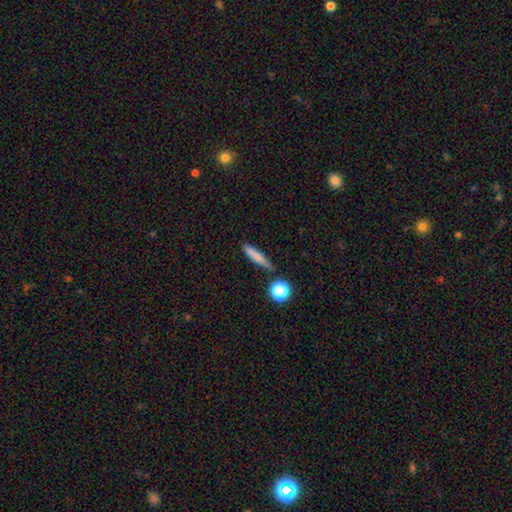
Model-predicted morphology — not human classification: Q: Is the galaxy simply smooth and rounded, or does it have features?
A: smooth — 75%.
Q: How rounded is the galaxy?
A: cigar-shaped — 82%.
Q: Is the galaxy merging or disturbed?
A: none — 76%.